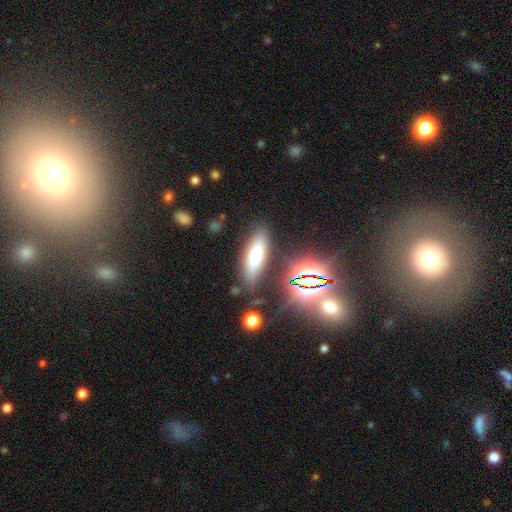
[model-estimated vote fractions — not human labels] Smooth or featured: smooth — 61% (featured or disk — 25%)
How rounded: in between — 57% (cigar-shaped — 41%)
Merging: none — 80% (minor disturbance — 13%)